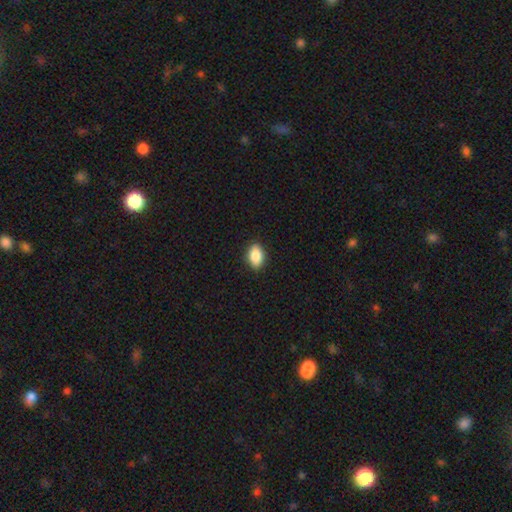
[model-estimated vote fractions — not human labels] Smooth or featured? smooth (87%)
How rounded? in between (89%)
Merging? none (89%)